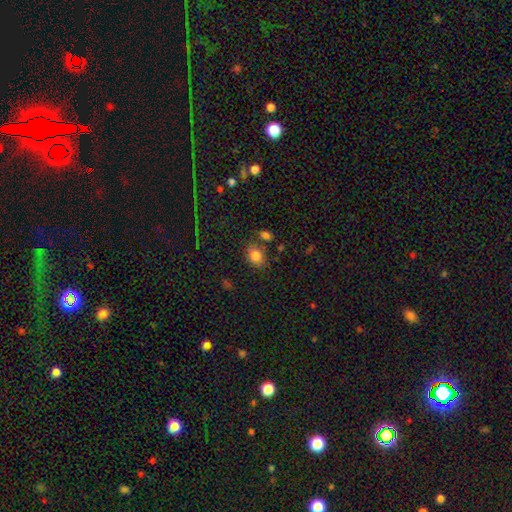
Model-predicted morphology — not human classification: Overall: smooth (82%). How rounded: in between (62%; round 37%). Merging: none (68%).